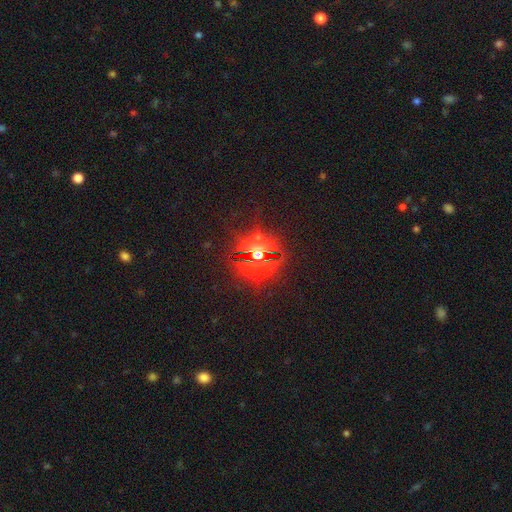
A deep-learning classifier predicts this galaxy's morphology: smooth-or-featured: star or artifact: 72% | smooth: 19% | featured or disk: 10%